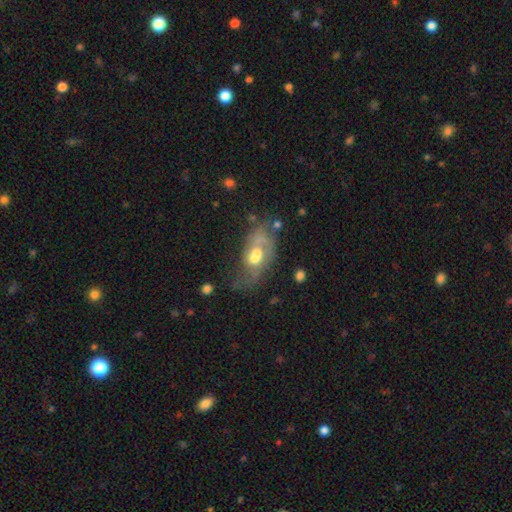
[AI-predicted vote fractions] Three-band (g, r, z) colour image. It shows a featured or disk galaxy (54%) with no bar (71%), no spiral arms (51%) and a moderate central bulge (60%). Merging: merger (30%).